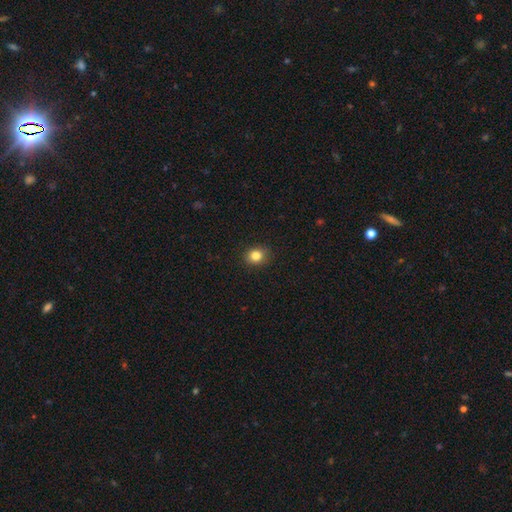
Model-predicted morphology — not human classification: Smooth or featured? smooth (84%)
How rounded? round (66%)
Merging? none (90%)